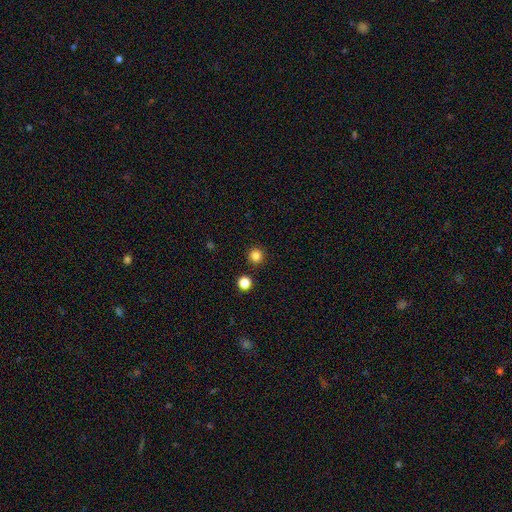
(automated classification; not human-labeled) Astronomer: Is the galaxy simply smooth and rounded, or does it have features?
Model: smooth — 84%.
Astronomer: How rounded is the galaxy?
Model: round — 96%.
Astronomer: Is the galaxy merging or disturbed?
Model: none — 91%.